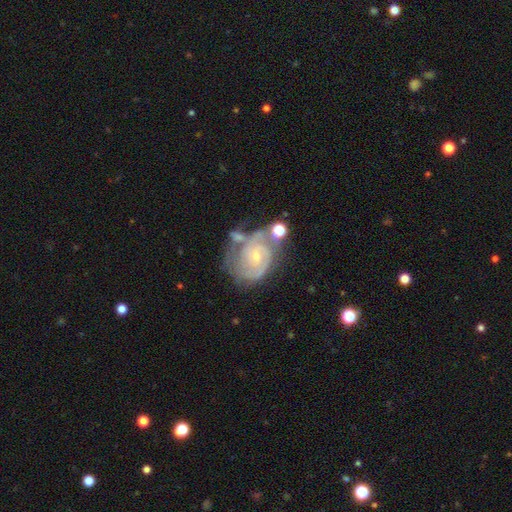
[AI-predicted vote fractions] Smooth or featured? Predicted: featured or disk (p=0.85). Edge-on disk? Predicted: no (p=0.98). Bar? Predicted: no (p=0.70). Spiral arms? Predicted: yes (p=0.95). Spiral winding? Predicted: tight (p=0.60). Spiral arm count? Predicted: 2 (p=0.52). Bulge size? Predicted: small (p=0.72). Merging? Predicted: none (p=0.48).